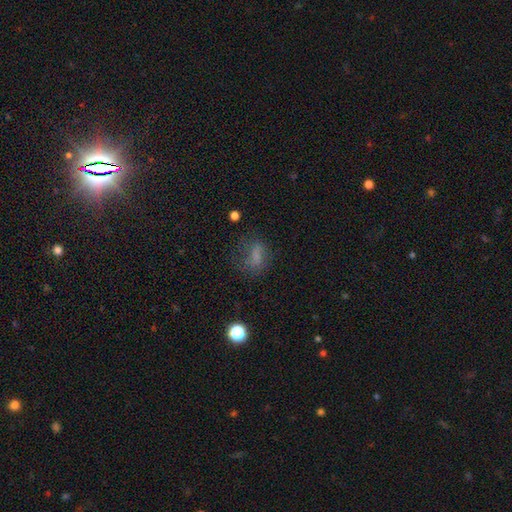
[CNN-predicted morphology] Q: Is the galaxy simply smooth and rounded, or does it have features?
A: smooth — 63%.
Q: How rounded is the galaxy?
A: in between — 66%.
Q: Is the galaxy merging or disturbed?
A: none — 54%.